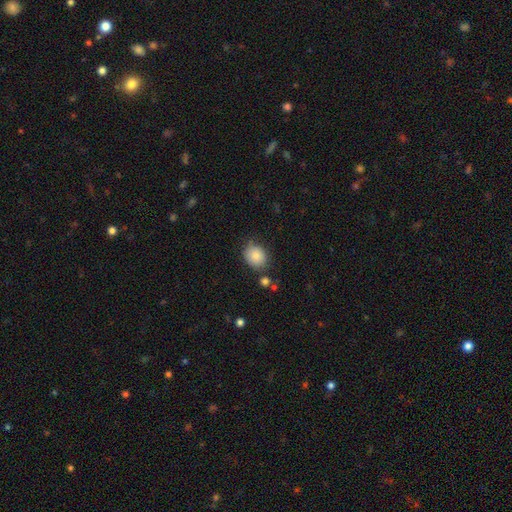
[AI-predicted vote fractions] smooth_or_featured: smooth (p=0.84) [alt: star or artifact p=0.09]
how_rounded: round (p=0.58) [alt: in between p=0.41]
merging: none (p=0.78) [alt: minor disturbance p=0.15]